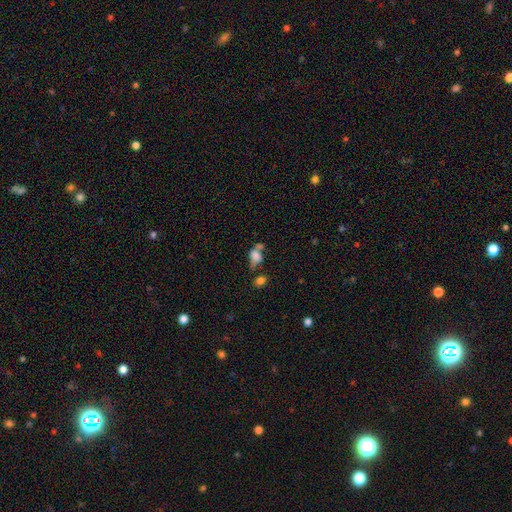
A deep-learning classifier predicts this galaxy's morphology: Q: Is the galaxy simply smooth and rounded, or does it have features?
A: smooth — 65%.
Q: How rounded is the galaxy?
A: in between — 71%.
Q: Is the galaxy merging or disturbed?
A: none — 32%, tied with merger.